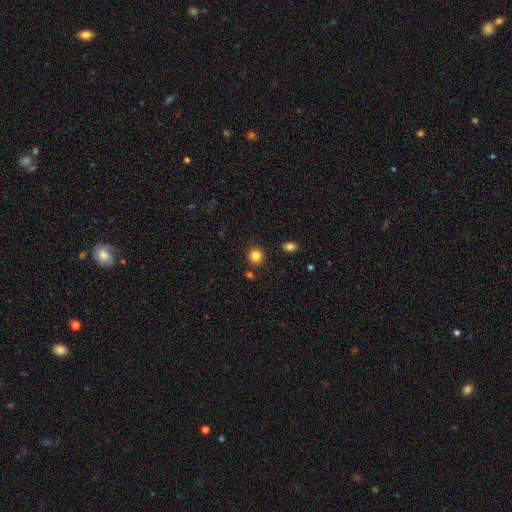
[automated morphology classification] Smooth or featured: smooth — 84% (star or artifact — 11%)
How rounded: round — 89% (in between — 11%)
Merging: none — 87% (minor disturbance — 7%)